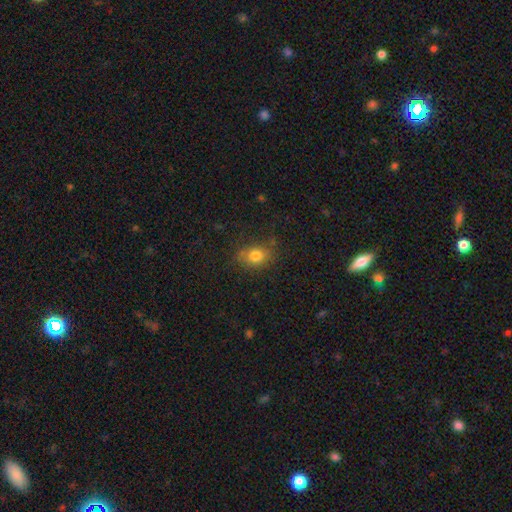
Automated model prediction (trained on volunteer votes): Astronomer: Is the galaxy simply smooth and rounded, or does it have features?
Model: smooth — 78%.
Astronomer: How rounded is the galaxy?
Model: in between — 57% (runner-up: round, 41%).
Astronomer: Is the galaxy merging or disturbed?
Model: none — 74%.